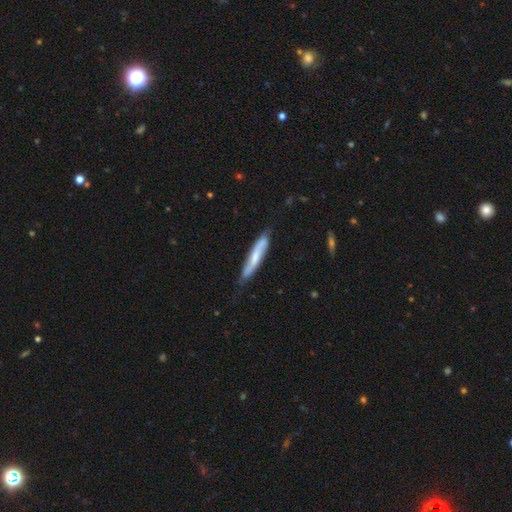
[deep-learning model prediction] smooth-or-featured: smooth: 47% (tied) | featured or disk: 47% (tied) | star or artifact: 5%
  merging: none: 75% | minor disturbance: 20% | major disturbance: 3% | merger: 2%